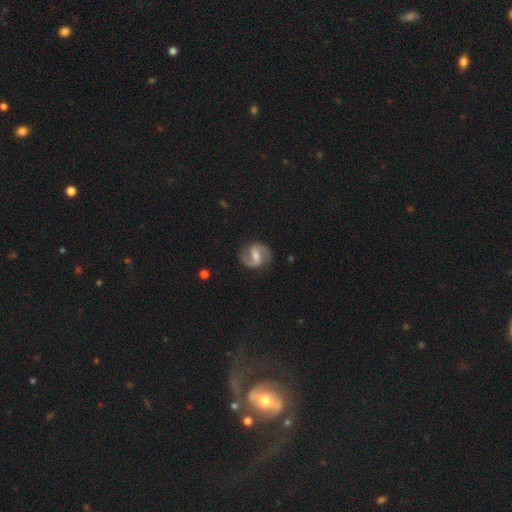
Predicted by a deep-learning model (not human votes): Smooth or featured? Predicted: featured or disk (p=0.86). Edge-on disk? Predicted: no (p=0.98). Bar? Predicted: weak (p=0.48). Spiral arms? Predicted: yes (p=0.96). Spiral winding? Predicted: medium (p=0.54). Spiral arm count? Predicted: 2 (p=0.92). Bulge size? Predicted: moderate (p=0.46). Merging? Predicted: none (p=0.84).